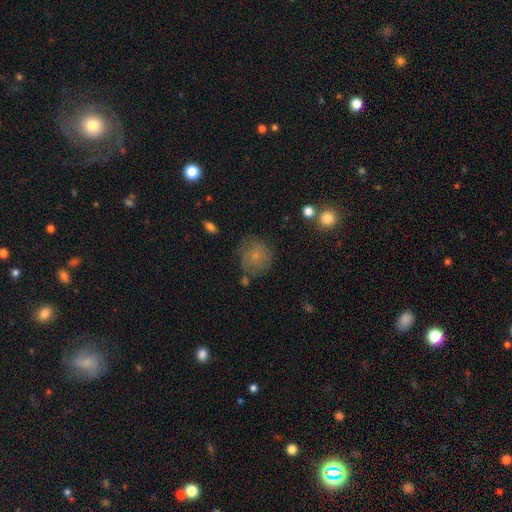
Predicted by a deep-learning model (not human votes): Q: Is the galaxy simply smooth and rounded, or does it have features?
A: smooth — 64%.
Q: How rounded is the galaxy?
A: round — 86%.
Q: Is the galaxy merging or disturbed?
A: none — 68%.